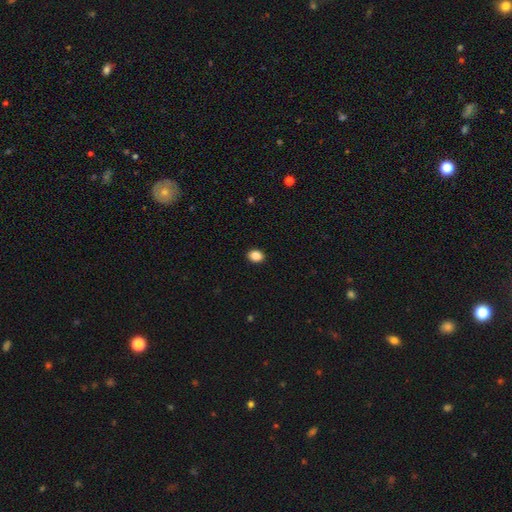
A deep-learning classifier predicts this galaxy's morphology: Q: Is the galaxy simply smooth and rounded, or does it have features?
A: smooth — 87%.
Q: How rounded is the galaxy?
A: in between — 54%.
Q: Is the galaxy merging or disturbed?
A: none — 92%.